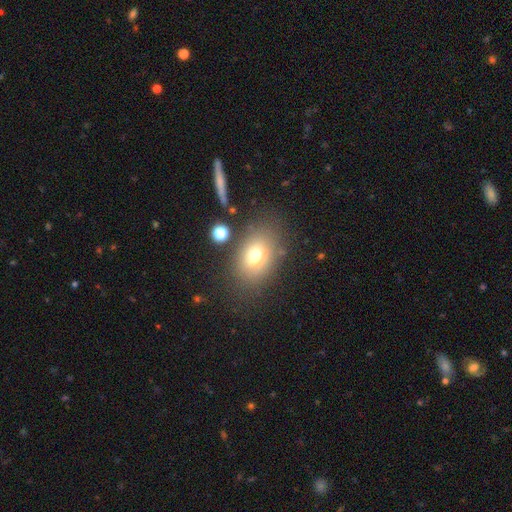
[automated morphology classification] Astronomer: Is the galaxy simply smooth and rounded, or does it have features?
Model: smooth — 69%.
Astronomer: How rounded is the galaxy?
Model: in between — 75%.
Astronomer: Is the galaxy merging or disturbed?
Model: none — 73%.